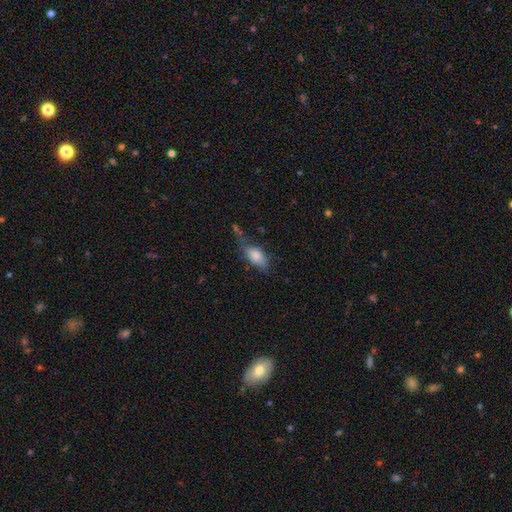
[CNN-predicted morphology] smooth 77%, featured or disk 15%, star or artifact 8%. Down the decision tree: how rounded — in between (88%); merging — none (42%).